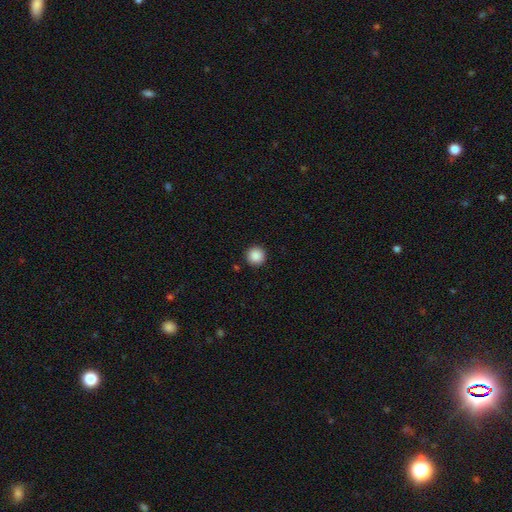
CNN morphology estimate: Overall: smooth (88%). How rounded: round (96%). Merging: none (92%).